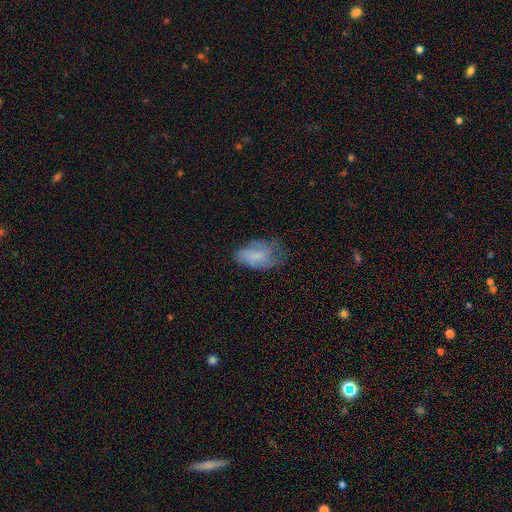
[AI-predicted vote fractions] Overall: smooth (68%). How rounded: in between (92%). Merging: none (48%; minor disturbance 33%).